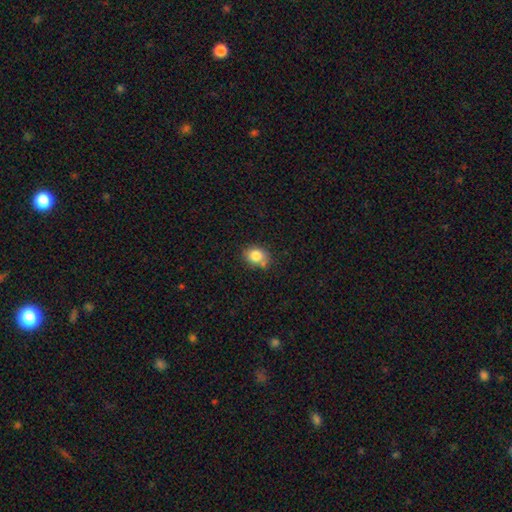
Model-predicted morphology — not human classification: Smooth or featured?
  - smooth: 82% *
  - star or artifact: 10%
  - featured or disk: 8%
How rounded?
  - round: 57% *
  - in between: 43%
  - cigar-shaped: 1%
Merging?
  - none: 69% *
  - minor disturbance: 17%
  - merger: 11%
  - major disturbance: 4%